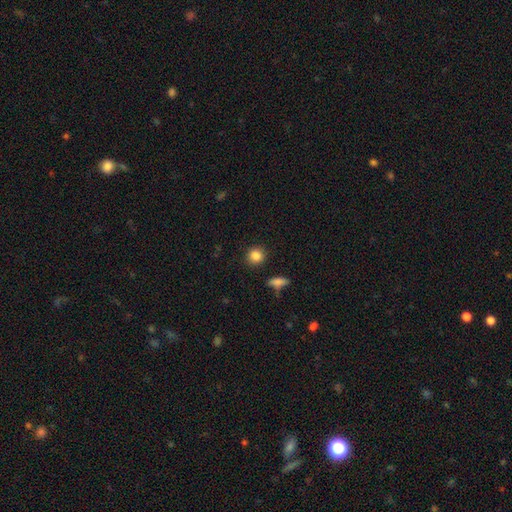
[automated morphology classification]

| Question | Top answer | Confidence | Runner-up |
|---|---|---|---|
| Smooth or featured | smooth | 86% | star or artifact (9%) |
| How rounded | round | 88% | in between (11%) |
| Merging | none | 90% | minor disturbance (6%) |